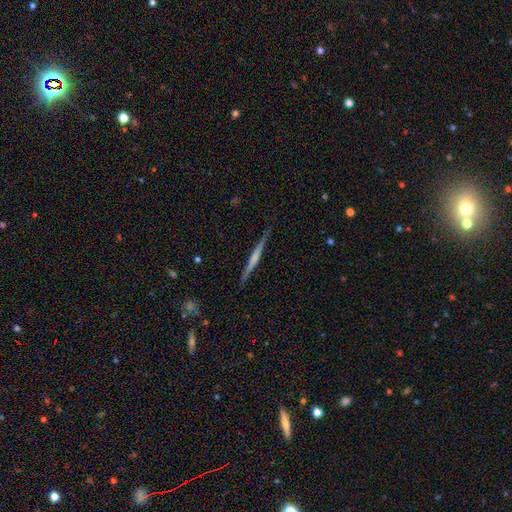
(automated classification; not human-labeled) Smooth or featured? Predicted: featured or disk (p=0.67). Edge-on disk? Predicted: yes (p=0.98). Edge-on bulge? Predicted: none (p=0.52). Merging? Predicted: none (p=0.89).